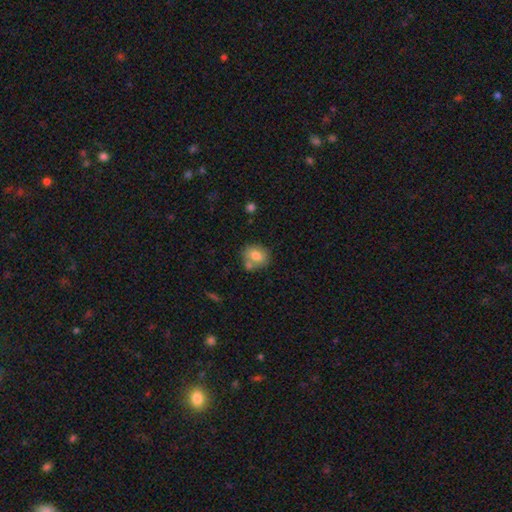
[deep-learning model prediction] smooth-or-featured: smooth: 77% | featured or disk: 14% | star or artifact: 9%
  how-rounded: round: 57% | in between: 42% | cigar-shaped: 1%
  merging: none: 59% | merger: 23% | minor disturbance: 14% | major disturbance: 4%